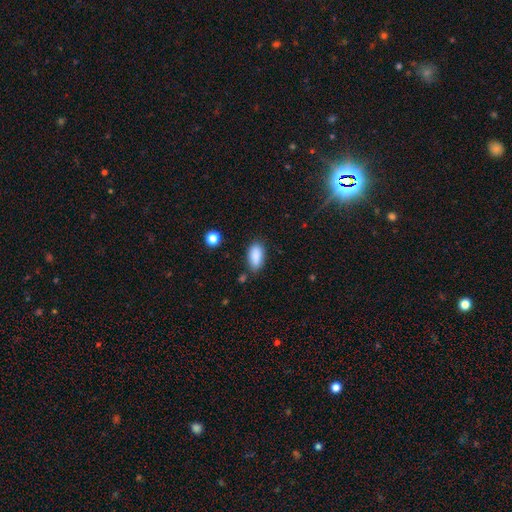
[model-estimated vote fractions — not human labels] A smooth galaxy with no disk features (88%) that is in between round and cigar-shaped (91%).

Vote fractions:
- Smooth or featured? smooth: 88% / star or artifact: 8% / featured or disk: 4%
- How rounded? in between: 91% / cigar-shaped: 6% / round: 3%
- Merging? none: 77% / minor disturbance: 16% / major disturbance: 3% / merger: 3%